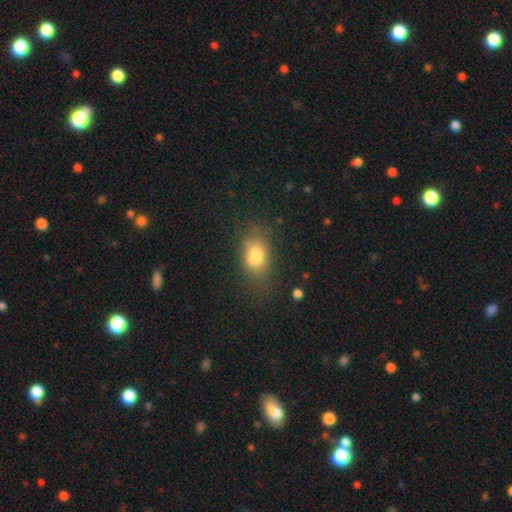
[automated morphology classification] Smooth or featured? Predicted: smooth (p=0.79). How rounded? Predicted: in between (p=0.80). Merging? Predicted: none (p=0.65).